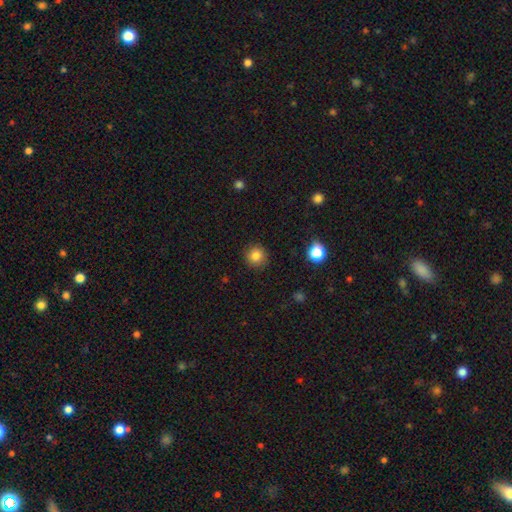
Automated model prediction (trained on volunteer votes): smooth_or_featured: smooth (p=0.84) [alt: star or artifact p=0.11]
how_rounded: round (p=0.93) [alt: in between p=0.06]
merging: none (p=0.89) [alt: minor disturbance p=0.07]